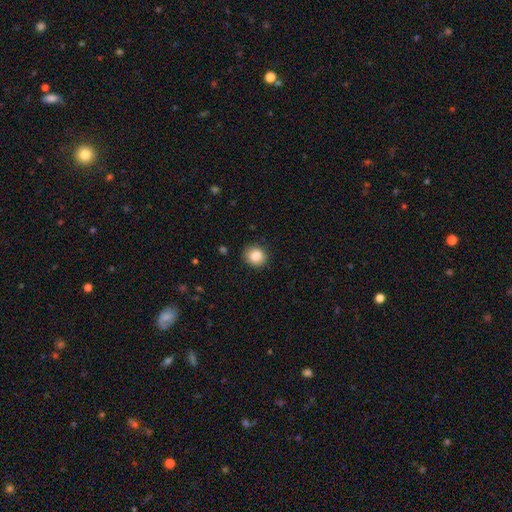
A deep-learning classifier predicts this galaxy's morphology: Overall: smooth (86%). How rounded: round (74%). Merging: none (87%).